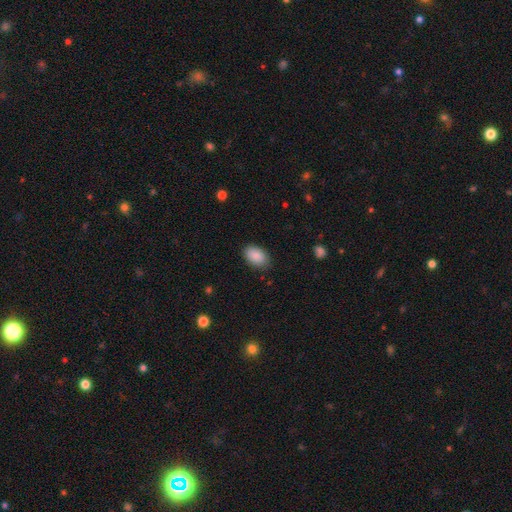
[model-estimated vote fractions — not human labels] A smooth galaxy with no disk features (89%) that is in between round and cigar-shaped (90%).

Vote fractions:
- Smooth or featured? smooth: 89% / star or artifact: 7% / featured or disk: 4%
- How rounded? in between: 90% / round: 9% / cigar-shaped: 1%
- Merging? none: 85% / minor disturbance: 11% / major disturbance: 3% / merger: 1%